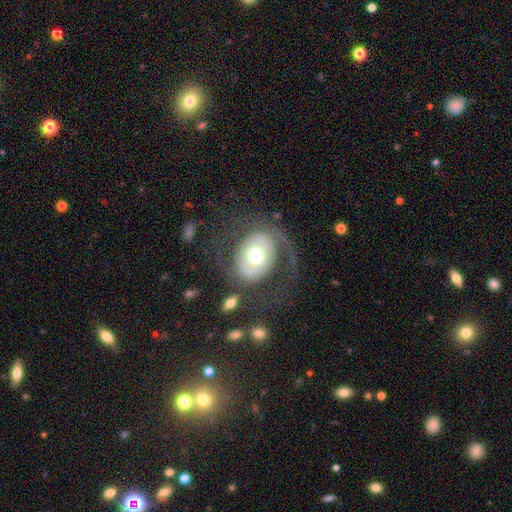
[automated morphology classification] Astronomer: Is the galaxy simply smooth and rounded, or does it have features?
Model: featured or disk — 64%.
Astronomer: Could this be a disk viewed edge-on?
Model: no — 95%.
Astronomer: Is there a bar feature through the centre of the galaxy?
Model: no — 62%.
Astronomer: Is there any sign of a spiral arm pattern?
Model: yes — 61% (runner-up: no, 39%).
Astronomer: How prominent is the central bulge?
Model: moderate — 62%.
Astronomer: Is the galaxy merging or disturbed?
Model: none — 57%.